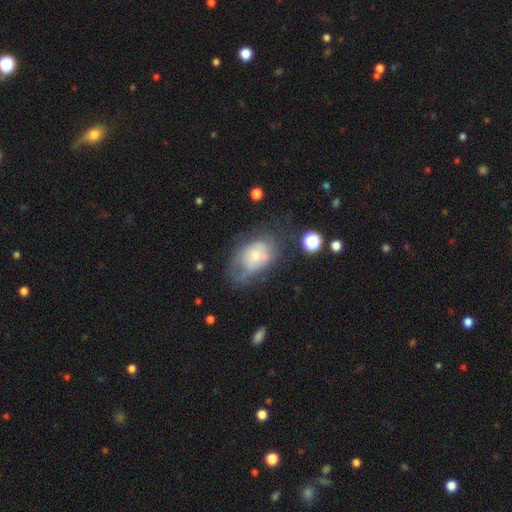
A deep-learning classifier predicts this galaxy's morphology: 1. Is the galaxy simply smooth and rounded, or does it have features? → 49% smooth, 42% featured or disk, 10% star or artifact.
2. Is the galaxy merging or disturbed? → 36% none, 29% major disturbance, 29% minor disturbance, 6% merger.